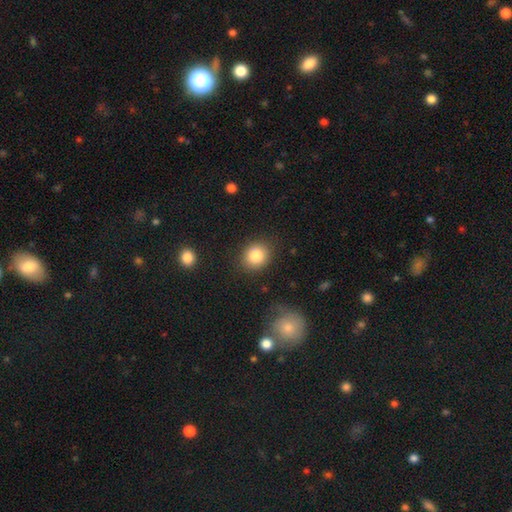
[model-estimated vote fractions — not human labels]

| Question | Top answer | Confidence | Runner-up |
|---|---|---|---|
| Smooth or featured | smooth | 85% | star or artifact (9%) |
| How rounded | round | 67% | in between (32%) |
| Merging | none | 85% | minor disturbance (10%) |